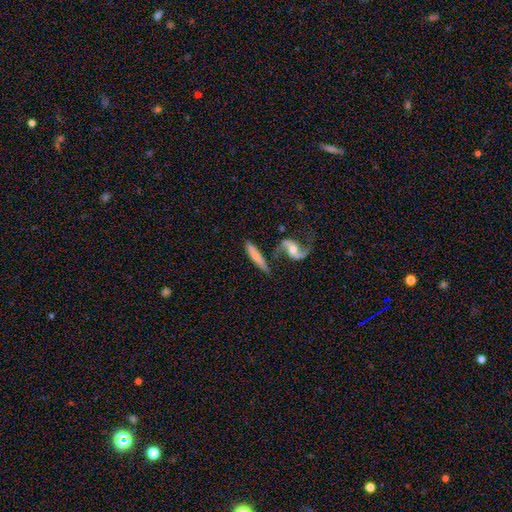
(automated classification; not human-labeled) Q: Smooth or featured?
A: smooth (49%); runner-up: featured or disk (45%)
Q: Merging?
A: none (65%); runner-up: minor disturbance (16%)